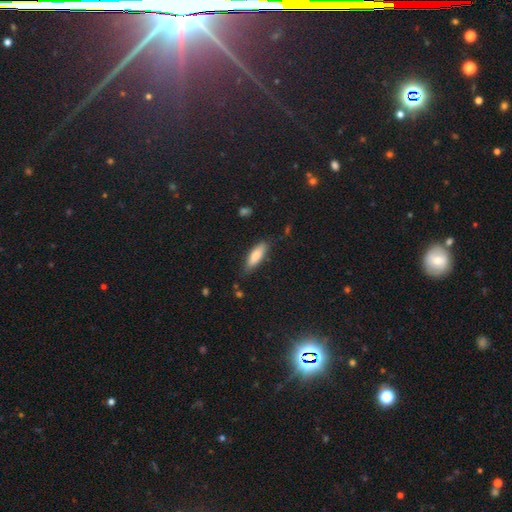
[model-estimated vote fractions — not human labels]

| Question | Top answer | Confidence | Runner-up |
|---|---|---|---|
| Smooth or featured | smooth | 79% | featured or disk (14%) |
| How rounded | in between | 52% | cigar-shaped (46%) |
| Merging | none | 79% | minor disturbance (16%) |